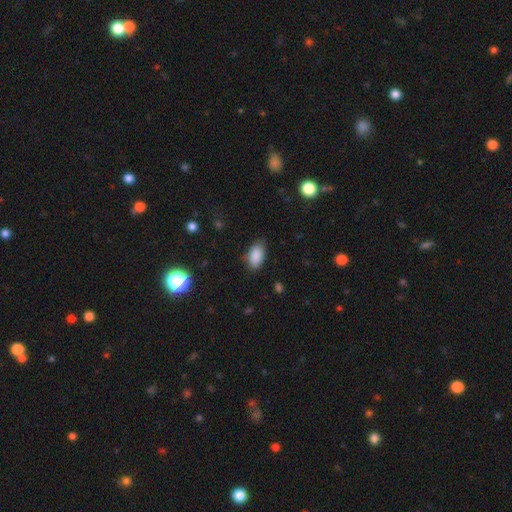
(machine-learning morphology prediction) Smooth or featured?
  - smooth: 88% *
  - star or artifact: 8%
  - featured or disk: 4%
How rounded?
  - in between: 93% *
  - round: 5%
  - cigar-shaped: 2%
Merging?
  - none: 80% *
  - minor disturbance: 16%
  - major disturbance: 3%
  - merger: 1%